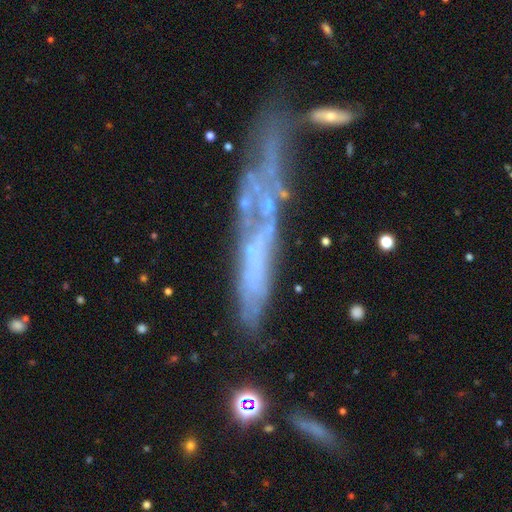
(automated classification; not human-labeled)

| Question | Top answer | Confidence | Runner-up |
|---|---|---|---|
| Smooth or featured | featured or disk | 61% | smooth (28%) |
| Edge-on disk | yes | 61% | no (39%) |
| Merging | none | 47% | minor disturbance (23%) |